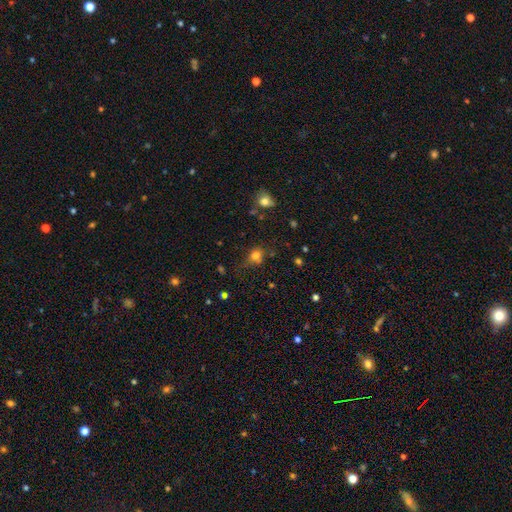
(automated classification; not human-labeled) Morphology: type=smooth (76%); roundness=round (68%); merging=none (63%).